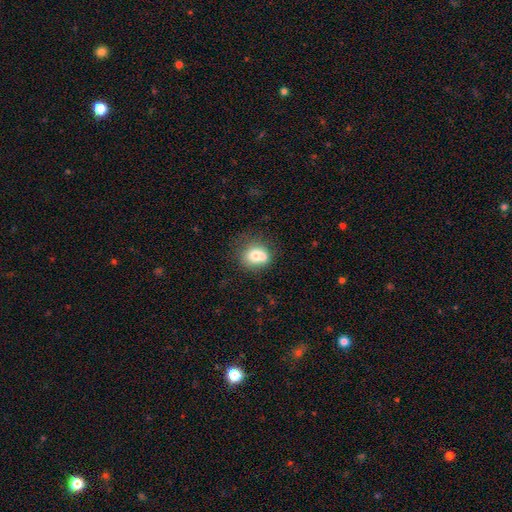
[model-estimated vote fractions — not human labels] Smooth or featured: smooth — 70% (featured or disk — 19%)
How rounded: round — 65% (in between — 33%)
Merging: none — 43% (merger — 31%)